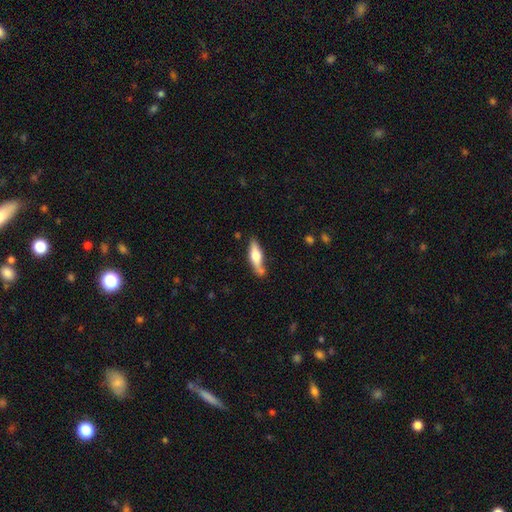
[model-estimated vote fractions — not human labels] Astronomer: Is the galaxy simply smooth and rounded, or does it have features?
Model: smooth — 52% (runner-up: featured or disk, 42%).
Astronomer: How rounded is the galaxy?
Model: cigar-shaped — 62%.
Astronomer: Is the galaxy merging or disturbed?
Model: none — 68%.